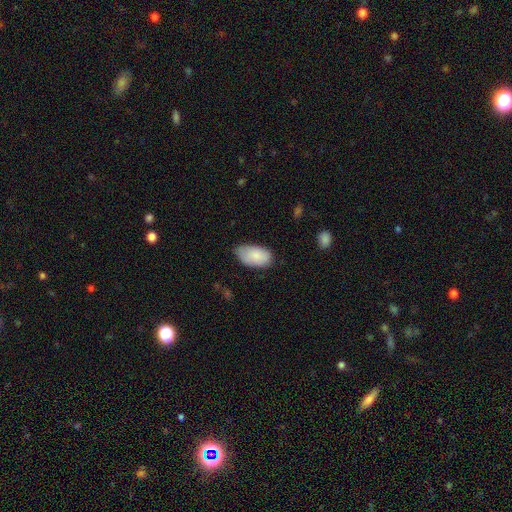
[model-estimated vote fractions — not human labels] Overall: smooth (84%). How rounded: in between (95%). Merging: none (62%; minor disturbance 32%).